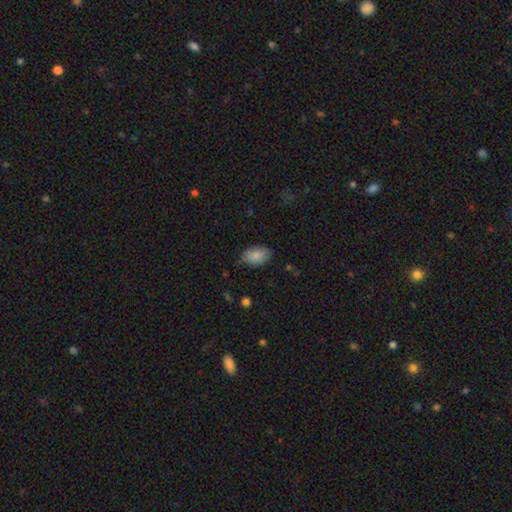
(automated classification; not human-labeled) This appears to be a smooth galaxy with no disk features (86%) that is in between round and cigar-shaped (91%). Merging: none (78%).